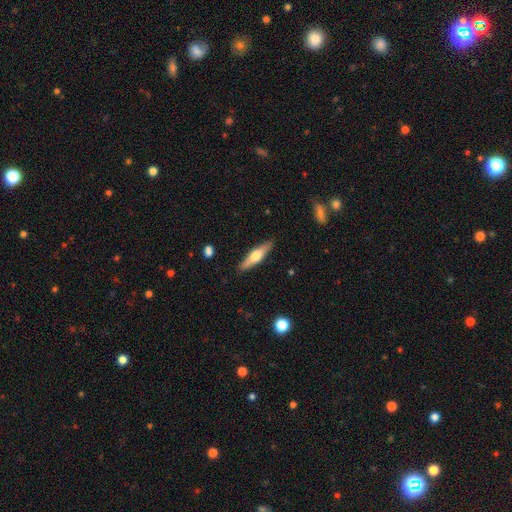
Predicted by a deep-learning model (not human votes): This is possibly a featured or disk galaxy (51%). It is clearly viewed edge-on (93%). Merging: clearly none (89%).